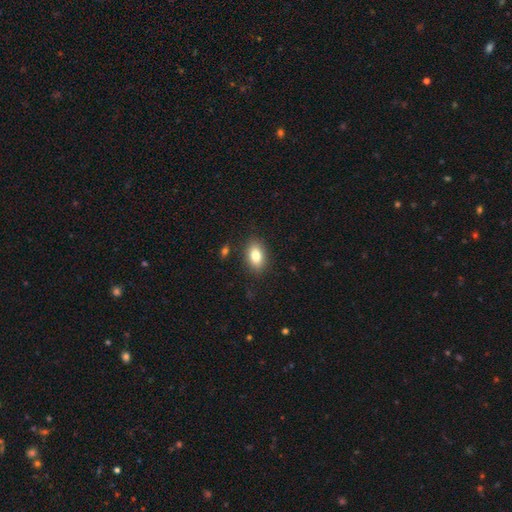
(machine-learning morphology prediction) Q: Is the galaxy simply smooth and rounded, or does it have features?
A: smooth — 81%.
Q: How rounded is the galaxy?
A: in between — 88%.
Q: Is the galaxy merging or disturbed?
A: none — 86%.